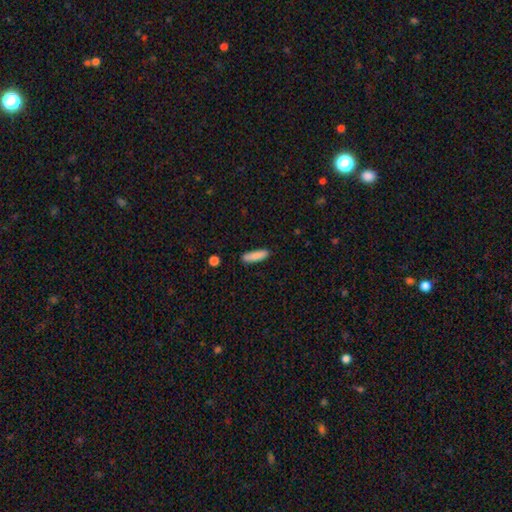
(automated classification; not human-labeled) smooth 87%, featured or disk 7%, star or artifact 7%. Down the decision tree: how rounded — cigar-shaped (63%); merging — none (84%).